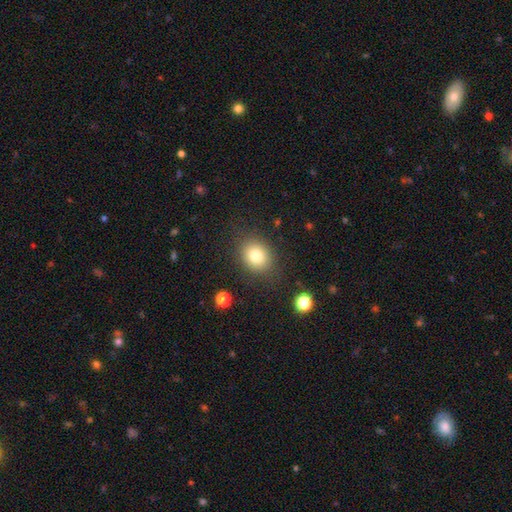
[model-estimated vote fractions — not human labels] Smooth or featured? smooth (79%)
How rounded? round (62%)
Merging? none (83%)